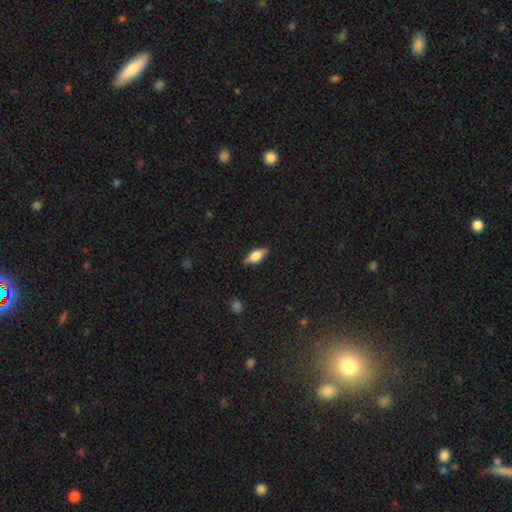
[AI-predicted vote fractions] A smooth galaxy with no disk features (53%) that is in between round and cigar-shaped (72%).

Vote fractions:
- Smooth or featured? smooth: 53% / featured or disk: 39% / star or artifact: 8%
- How rounded? in between: 72% / cigar-shaped: 24% / round: 4%
- Merging? none: 86% / minor disturbance: 11% / major disturbance: 2% / merger: 1%